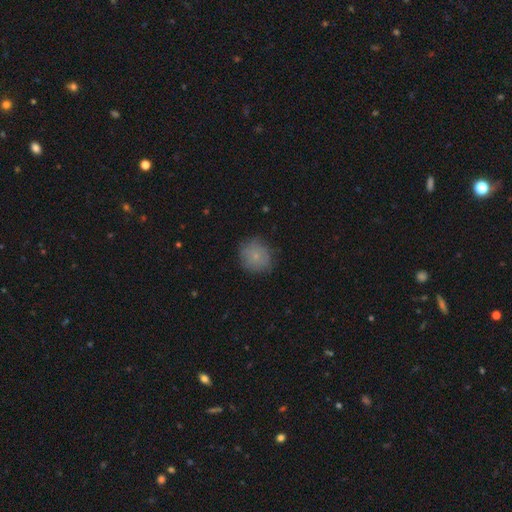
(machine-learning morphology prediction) A smooth galaxy with no disk features (76%) that is round (86%). Merging: none (79%).